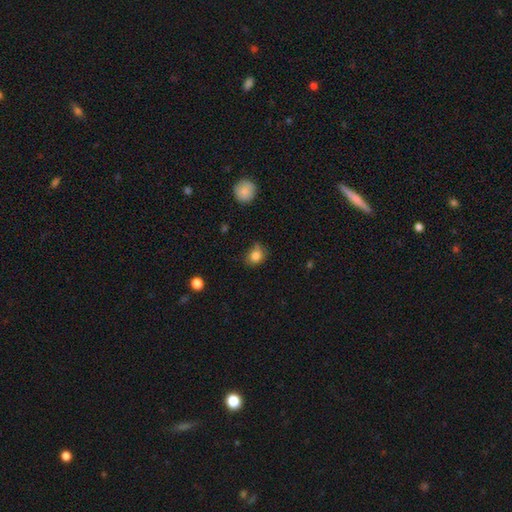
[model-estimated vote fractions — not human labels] A smooth galaxy with no disk features (82%) that is round (63%). Merging: none (61%).